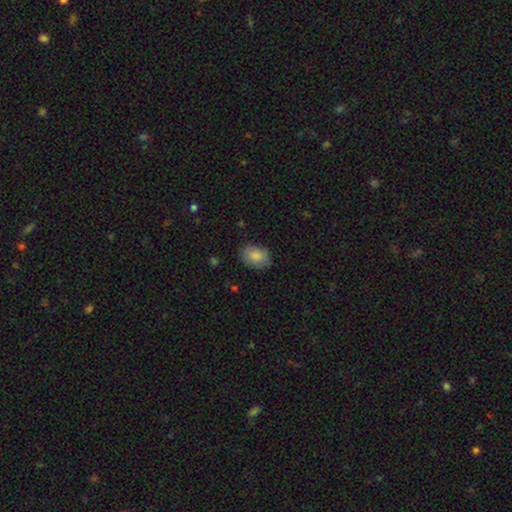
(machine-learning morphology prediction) smooth-or-featured: smooth: 86% | featured or disk: 7% | star or artifact: 7%
  how-rounded: in between: 80% | round: 19% | cigar-shaped: 1%
  merging: none: 82% | minor disturbance: 13% | major disturbance: 3% | merger: 1%